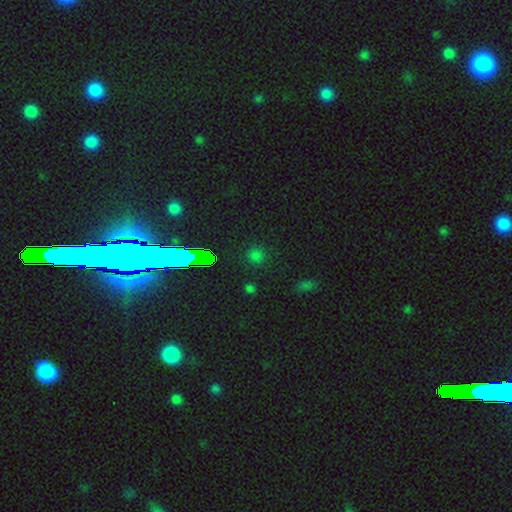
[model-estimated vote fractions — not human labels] smooth-or-featured: smooth: 56% | star or artifact: 39% | featured or disk: 6%
  how-rounded: round: 90% | in between: 8% | cigar-shaped: 1%
  merging: none: 87% | minor disturbance: 8% | major disturbance: 3% | merger: 2%